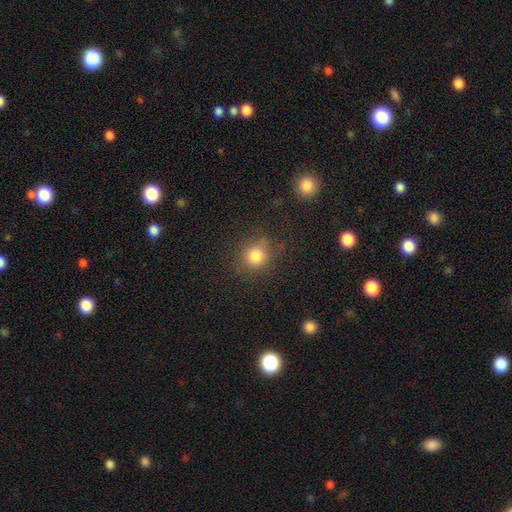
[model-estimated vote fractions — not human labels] Smooth or featured: smooth — 81% (star or artifact — 13%)
How rounded: round — 83% (in between — 16%)
Merging: none — 80% (minor disturbance — 12%)